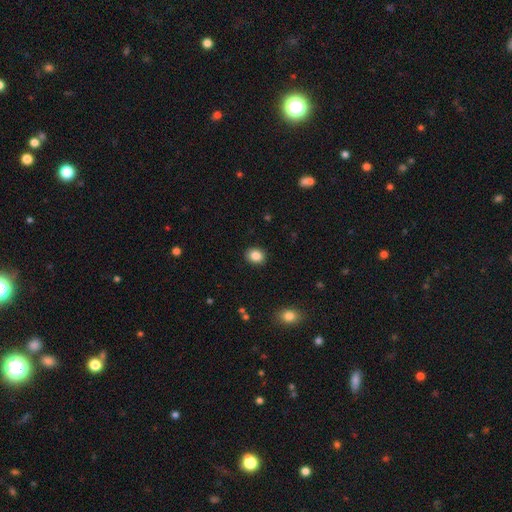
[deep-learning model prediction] smooth-or-featured: smooth: 86% | star or artifact: 9% | featured or disk: 5%
  how-rounded: round: 64% | in between: 35% | cigar-shaped: 1%
  merging: none: 91% | minor disturbance: 6% | major disturbance: 2% | merger: 1%